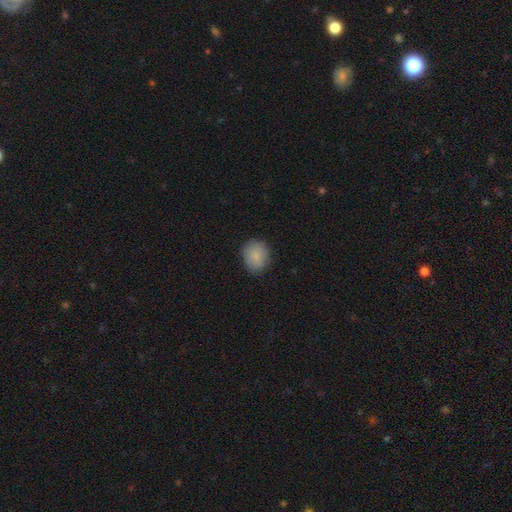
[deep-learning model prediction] Smooth or featured? Predicted: smooth (p=0.84). How rounded? Predicted: round (p=0.64). Merging? Predicted: none (p=0.80).